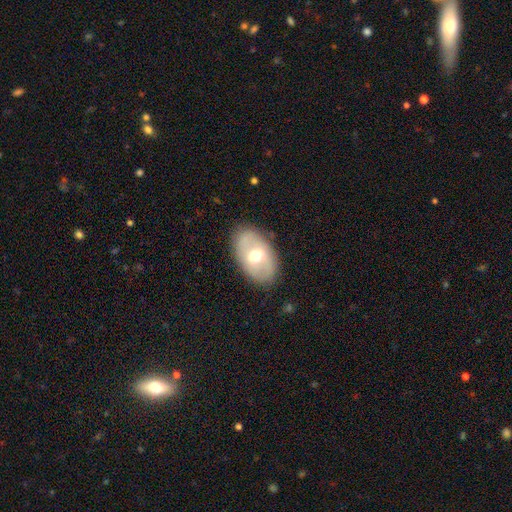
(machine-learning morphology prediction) This appears to be a smooth galaxy with no disk features (48%). Merging: none (83%).